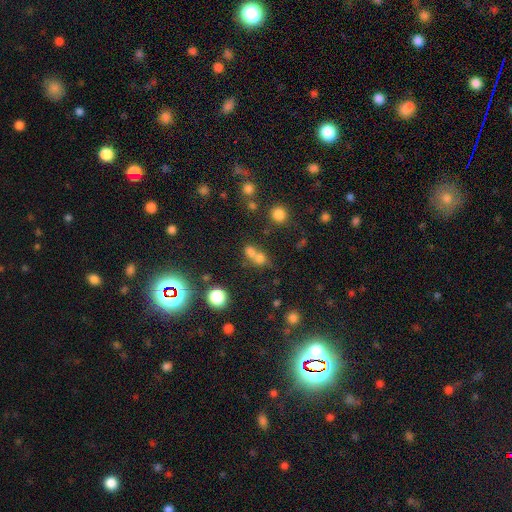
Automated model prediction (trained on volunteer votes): A smooth galaxy with no disk features (67%) that is round (60%).

Vote fractions:
- Smooth or featured? smooth: 67% / star or artifact: 19% / featured or disk: 14%
- How rounded? round: 60% / in between: 37% / cigar-shaped: 3%
- Merging? merger: 61% / none: 28% / minor disturbance: 7% / major disturbance: 5%